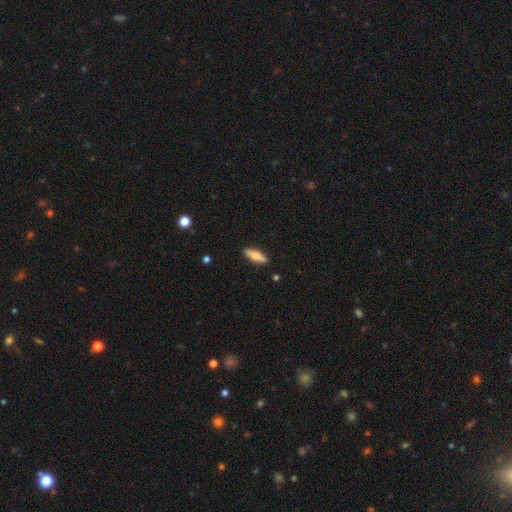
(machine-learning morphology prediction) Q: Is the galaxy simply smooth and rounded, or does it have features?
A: smooth — 67%.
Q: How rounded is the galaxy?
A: cigar-shaped — 56%.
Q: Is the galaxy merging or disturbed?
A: none — 88%.